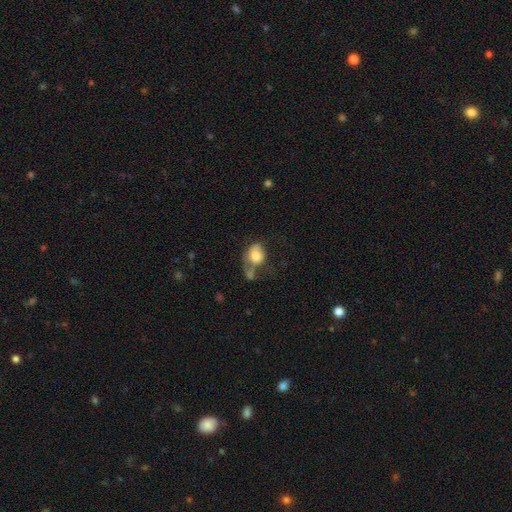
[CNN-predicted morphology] Smooth or featured? smooth (74%)
How rounded? in between (55%)
Merging? merger (33%)